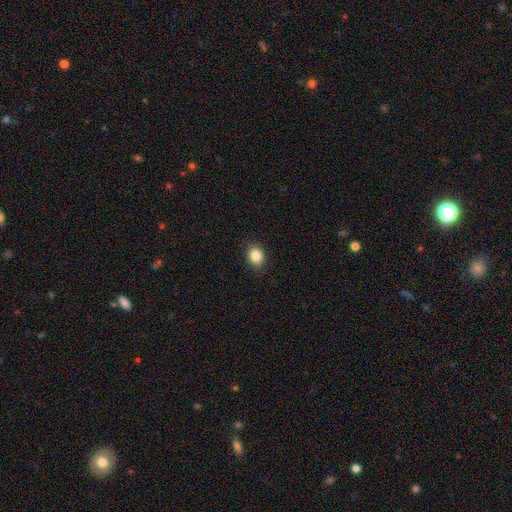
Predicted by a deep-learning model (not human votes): smooth_or_featured: smooth (p=0.85) [alt: star or artifact p=0.10]
how_rounded: round (p=0.53) [alt: in between p=0.46]
merging: none (p=0.89) [alt: minor disturbance p=0.08]